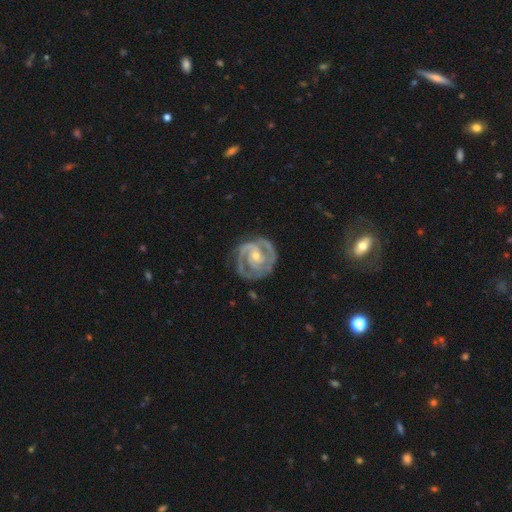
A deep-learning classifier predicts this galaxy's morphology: Smooth or featured?
  - featured or disk: 91% *
  - smooth: 5%
  - star or artifact: 4%
Edge-on disk?
  - no: 98% *
  - yes: 2%
Bar?
  - no: 53% *
  - weak: 33%
  - strong: 14%
Spiral arms?
  - yes: 98% *
  - no: 2%
Spiral winding?
  - tight: 63% *
  - medium: 32%
  - loose: 5%
Spiral arm count?
  - 2: 64% *
  - 3: 19%
  - can't tell: 8%
  - 1: 3%
  - 4: 3%
  - more than 4: 3%
Bulge size?
  - small: 58% *
  - moderate: 39%
  - large: 1%
  - none: 1%
  - dominant: 1%
Merging?
  - none: 72% *
  - minor disturbance: 18%
  - major disturbance: 8%
  - merger: 2%